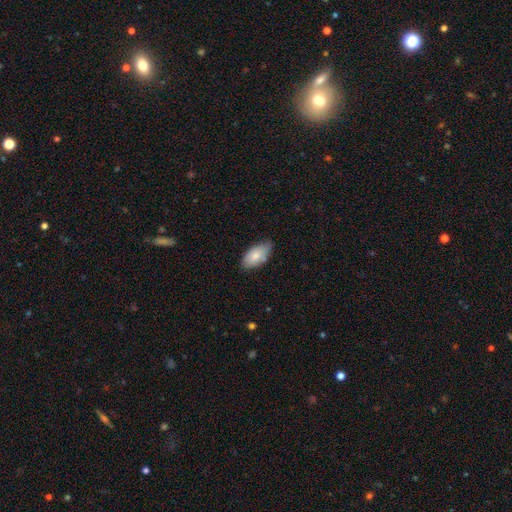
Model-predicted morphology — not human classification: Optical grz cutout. It shows a smooth galaxy with no disk features (81%) that is in between round and cigar-shaped (94%). Merging: none (69%).